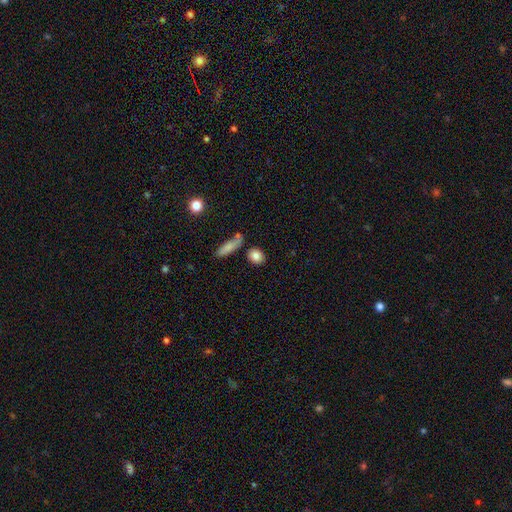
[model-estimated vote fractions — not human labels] smooth 82%, featured or disk 9%, star or artifact 9%. Down the decision tree: how rounded — round (55%); merging — none (76%).